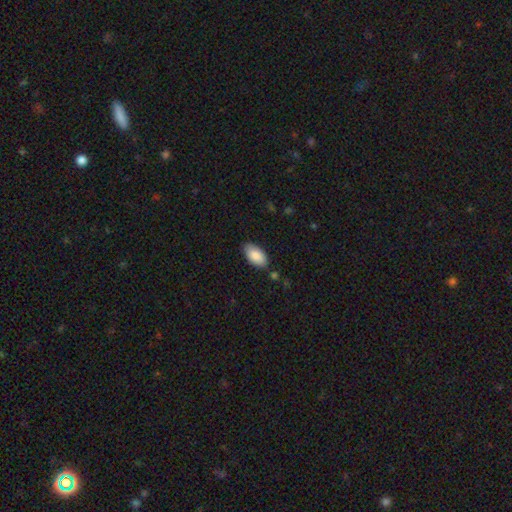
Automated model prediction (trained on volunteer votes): Q: Smooth or featured?
A: smooth (88%); runner-up: featured or disk (6%)
Q: How rounded?
A: in between (95%); runner-up: cigar-shaped (2%)
Q: Merging?
A: none (81%); runner-up: minor disturbance (14%)